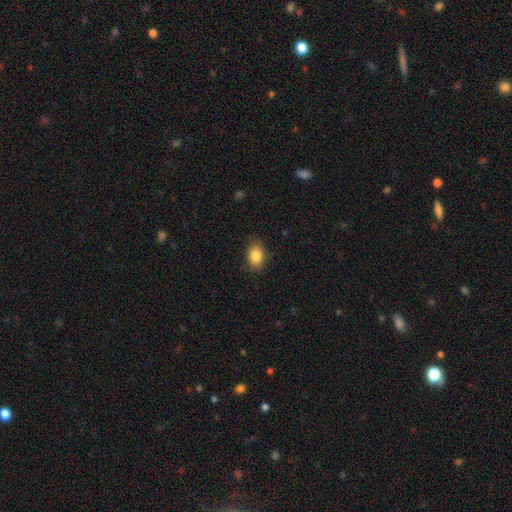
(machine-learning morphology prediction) Smooth or featured?
  - smooth: 85% *
  - star or artifact: 8%
  - featured or disk: 6%
How rounded?
  - in between: 82% *
  - round: 17%
  - cigar-shaped: 1%
Merging?
  - none: 81% *
  - minor disturbance: 15%
  - major disturbance: 3%
  - merger: 1%